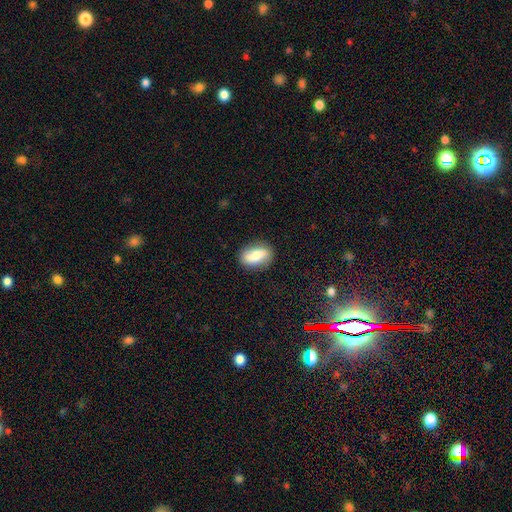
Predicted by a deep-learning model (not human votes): This is likely a smooth galaxy (62%). How rounded: clearly in between (83%). Merging: clearly none (84%).